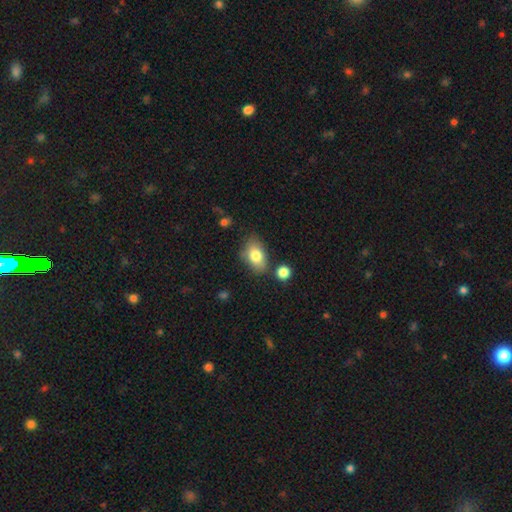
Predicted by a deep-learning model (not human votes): The model was most divided on "merging": none: 69%, minor disturbance: 18%, merger: 8%, major disturbance: 5%. More confident: how rounded — in between (86%); smooth or featured — smooth (79%).